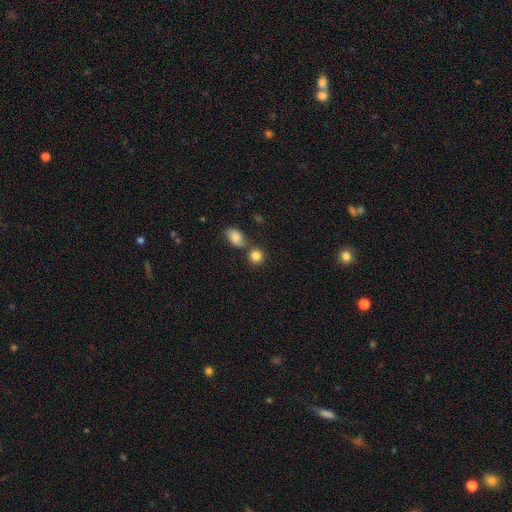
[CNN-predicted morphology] This is clearly a smooth galaxy (84%). How rounded: clearly round (83%). Merging: likely none (61%).